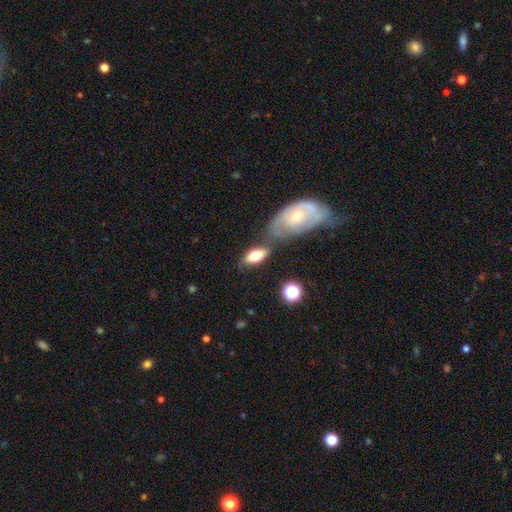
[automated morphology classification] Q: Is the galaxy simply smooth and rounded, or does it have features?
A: smooth — 66%.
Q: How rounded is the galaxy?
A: in between — 84%.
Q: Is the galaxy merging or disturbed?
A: none — 55%.